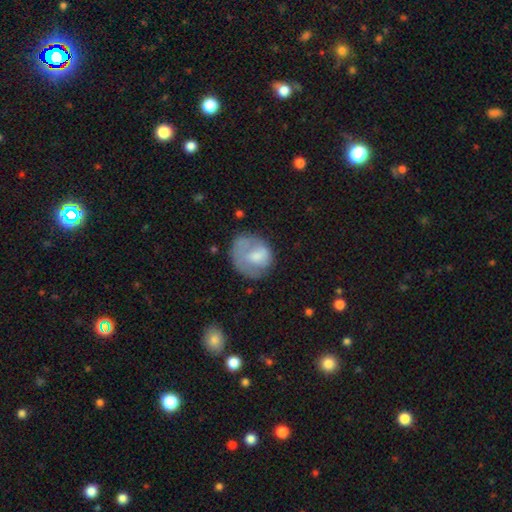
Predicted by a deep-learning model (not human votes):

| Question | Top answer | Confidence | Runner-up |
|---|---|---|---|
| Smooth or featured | smooth | 59% | featured or disk (34%) |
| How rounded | round | 67% | in between (32%) |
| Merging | none | 47% | minor disturbance (26%) |